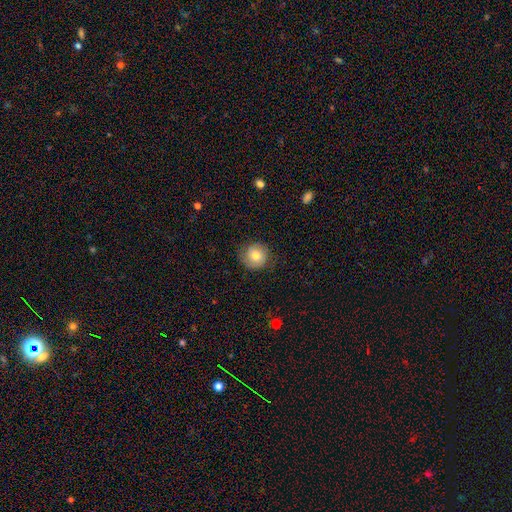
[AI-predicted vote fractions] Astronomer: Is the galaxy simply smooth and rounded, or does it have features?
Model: smooth — 63%.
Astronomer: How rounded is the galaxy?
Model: round — 90%.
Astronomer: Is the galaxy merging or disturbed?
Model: none — 77%.